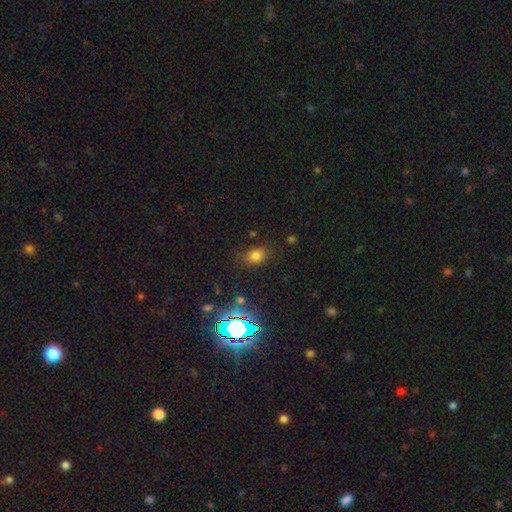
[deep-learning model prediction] Smooth or featured? Predicted: smooth (p=0.71). How rounded? Predicted: in between (p=0.60). Merging? Predicted: none (p=0.77).